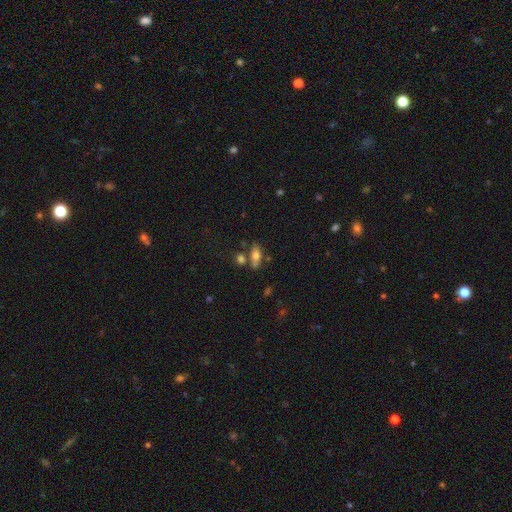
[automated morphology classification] A smooth galaxy with no disk features (63%) that is in between round and cigar-shaped (65%).

Vote fractions:
- Smooth or featured? smooth: 63% / featured or disk: 28% / star or artifact: 9%
- How rounded? in between: 65% / cigar-shaped: 31% / round: 5%
- Merging? none: 65% / merger: 17% / minor disturbance: 14% / major disturbance: 4%